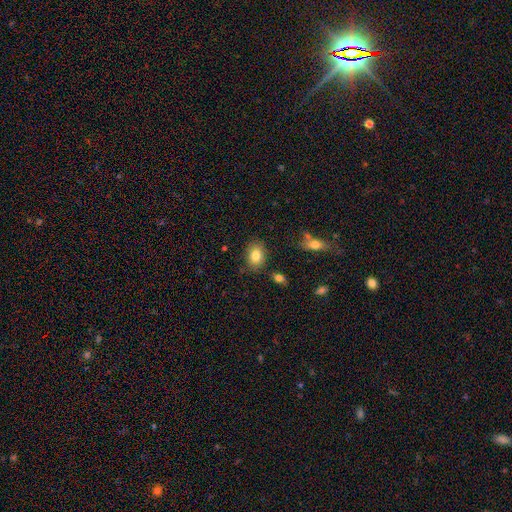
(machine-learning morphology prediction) type=smooth (83%); roundness=in between (74%); merging=none (82%).